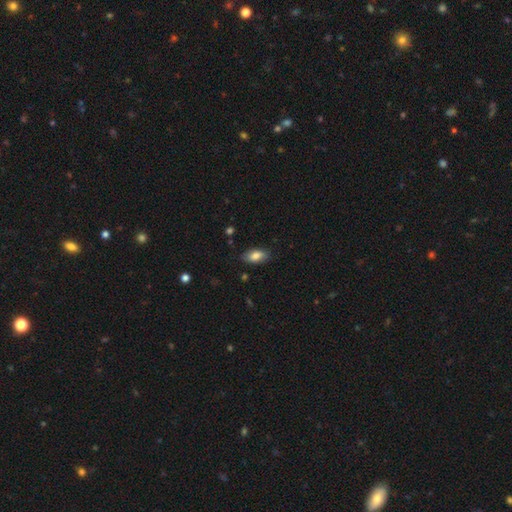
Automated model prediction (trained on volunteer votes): A smooth galaxy with no disk features (83%) that is in between round and cigar-shaped (91%). Merging: none (83%).